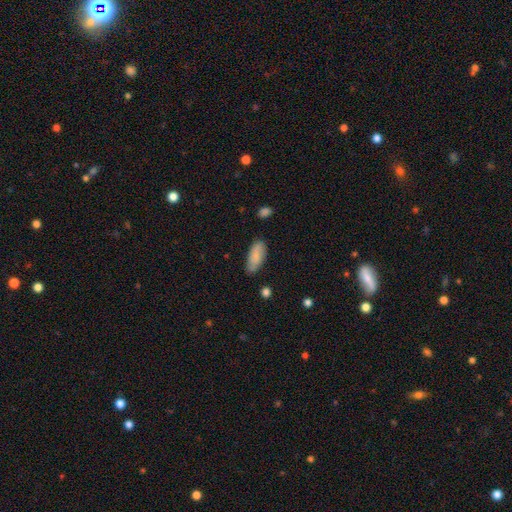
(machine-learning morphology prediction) Smooth or featured? smooth (78%)
How rounded? in between (88%)
Merging? none (71%)